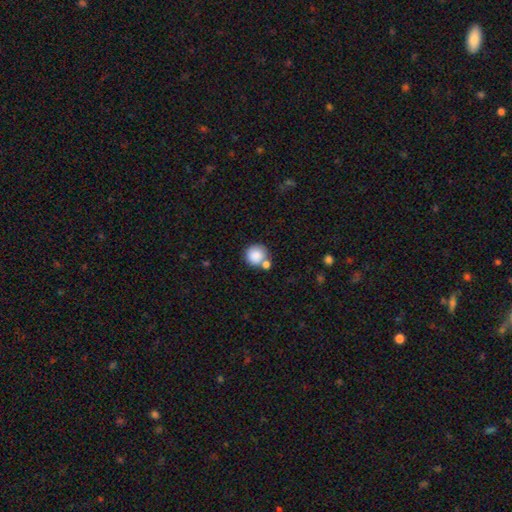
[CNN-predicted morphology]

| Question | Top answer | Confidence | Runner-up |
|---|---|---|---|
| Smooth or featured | smooth | 86% | star or artifact (8%) |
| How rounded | round | 92% | in between (7%) |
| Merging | none | 62% | merger (24%) |